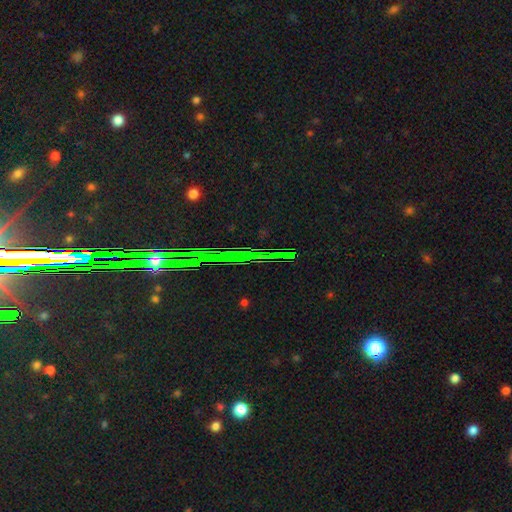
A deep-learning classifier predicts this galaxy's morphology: Smooth or featured? star or artifact (83%)